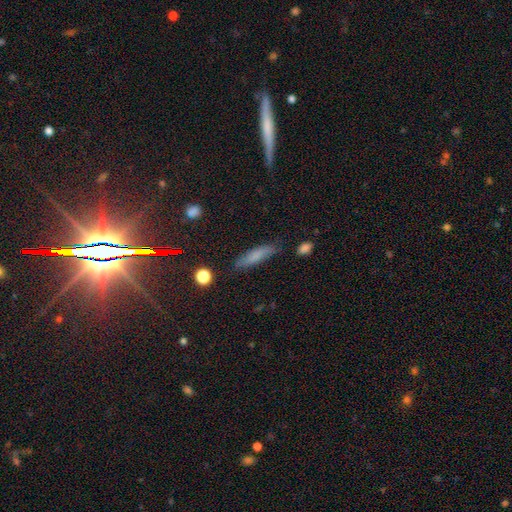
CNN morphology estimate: A smooth galaxy with no disk features (73%) that is cigar-shaped (73%).

Vote fractions:
- Smooth or featured? smooth: 73% / featured or disk: 17% / star or artifact: 10%
- How rounded? cigar-shaped: 73% / in between: 25% / round: 2%
- Merging? none: 79% / minor disturbance: 15% / major disturbance: 3% / merger: 2%